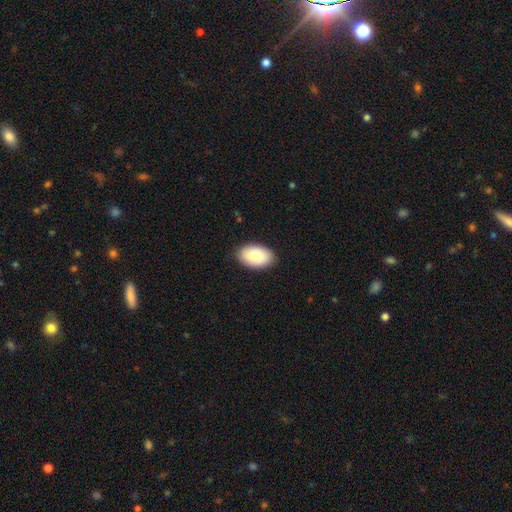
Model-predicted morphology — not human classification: smooth-or-featured: smooth: 88% | featured or disk: 7% | star or artifact: 5%
  how-rounded: in between: 95% | round: 4% | cigar-shaped: 1%
  merging: none: 88% | minor disturbance: 9% | major disturbance: 2% | merger: 1%